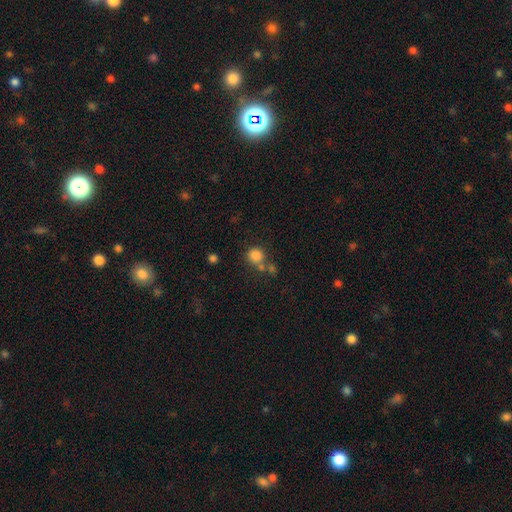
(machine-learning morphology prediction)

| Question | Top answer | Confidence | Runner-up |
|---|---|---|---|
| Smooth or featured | smooth | 81% | star or artifact (12%) |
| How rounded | round | 88% | in between (11%) |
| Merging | none | 55% | merger (29%) |